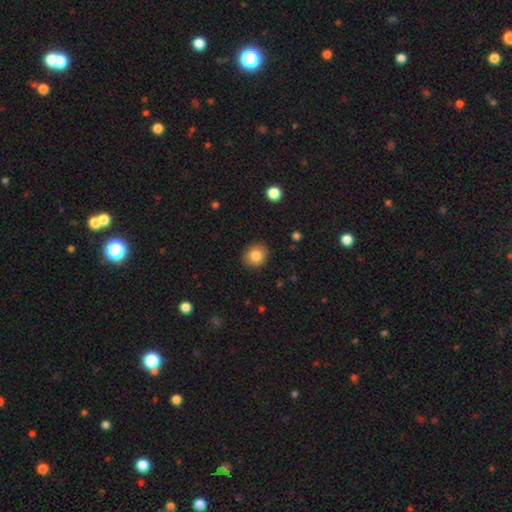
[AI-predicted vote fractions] smooth 82%, star or artifact 9%, featured or disk 8%. Down the decision tree: how rounded — round (73%); merging — none (89%).